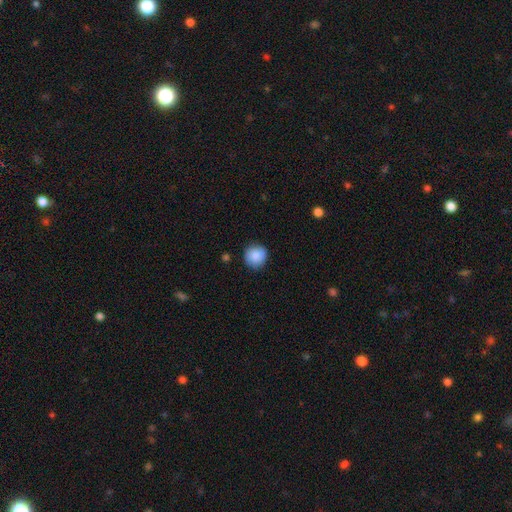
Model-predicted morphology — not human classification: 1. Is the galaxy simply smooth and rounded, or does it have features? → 87% smooth, 8% star or artifact, 6% featured or disk.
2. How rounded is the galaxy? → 92% round, 7% in between, 1% cigar-shaped.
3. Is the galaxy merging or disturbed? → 87% none, 9% minor disturbance, 2% major disturbance, 1% merger.